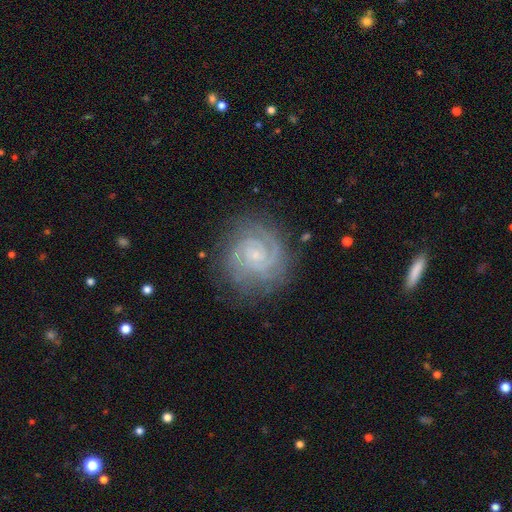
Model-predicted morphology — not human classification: type=featured or disk (88%); edge-on=no (98%); bar=no (68%); spiral arms=yes (98%); winding=tight (79%); arm count=2 (48%); bulge=small (80%); merging=none (79%).